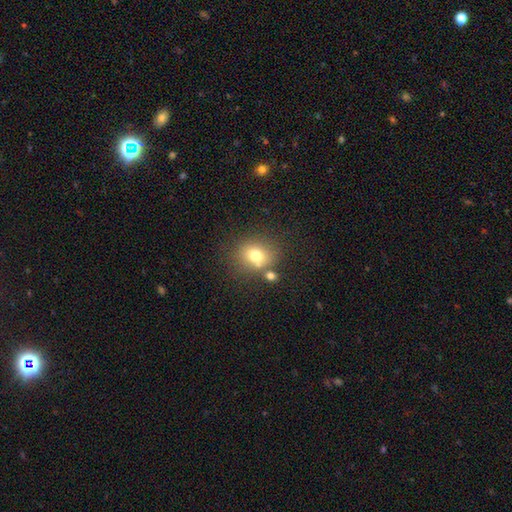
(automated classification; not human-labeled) Smooth or featured?
  - smooth: 74% *
  - featured or disk: 14%
  - star or artifact: 13%
How rounded?
  - round: 62% *
  - in between: 37%
  - cigar-shaped: 1%
Merging?
  - none: 64% *
  - merger: 17%
  - minor disturbance: 14%
  - major disturbance: 5%